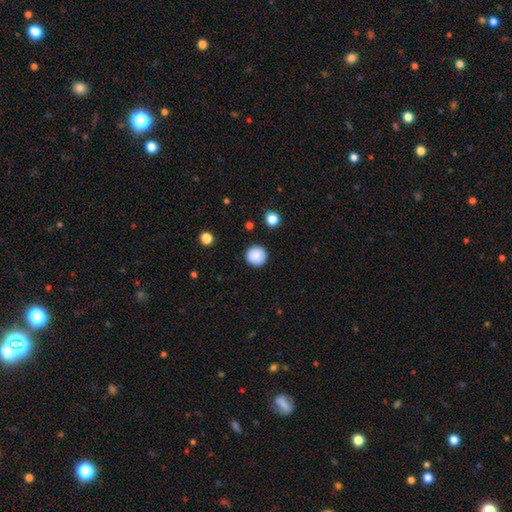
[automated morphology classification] smooth 88%, star or artifact 8%, featured or disk 4%. Down the decision tree: how rounded — round (95%); merging — none (91%).